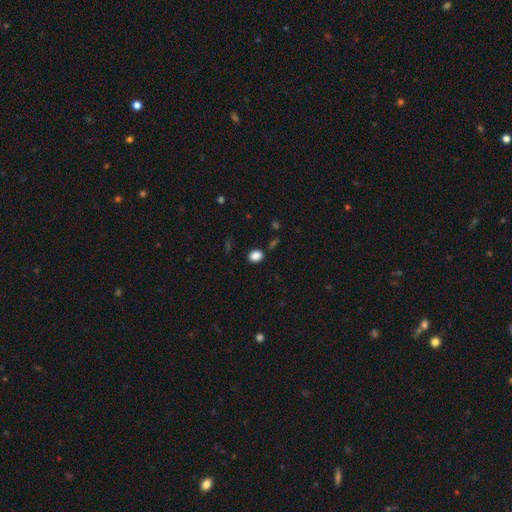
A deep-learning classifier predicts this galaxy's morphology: smooth 86%, star or artifact 11%, featured or disk 3%. Down the decision tree: how rounded — in between (57%); merging — none (84%).